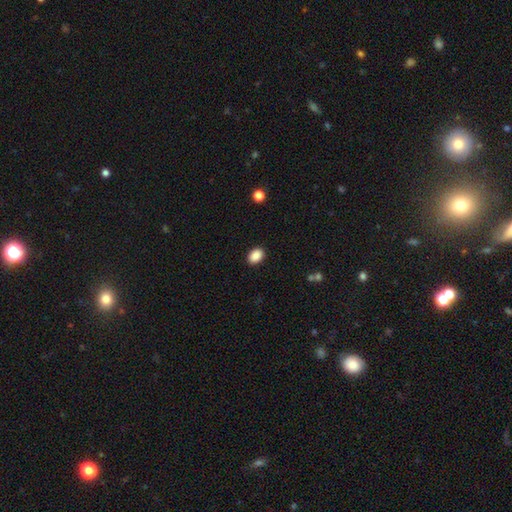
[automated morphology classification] smooth-or-featured: smooth: 89% | star or artifact: 8% | featured or disk: 3%
  how-rounded: in between: 80% | round: 19% | cigar-shaped: 1%
  merging: none: 90% | minor disturbance: 7% | major disturbance: 2% | merger: 1%